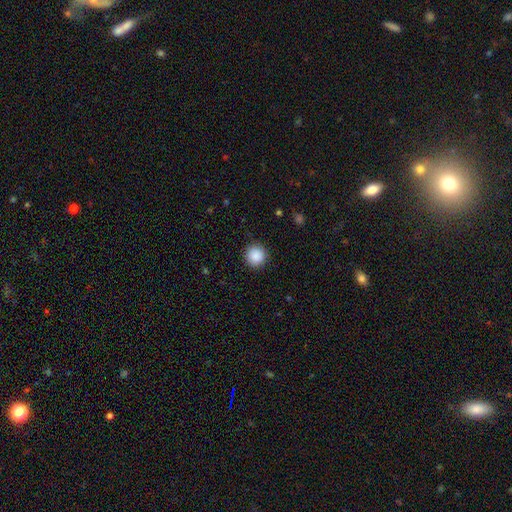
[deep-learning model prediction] Q: Smooth or featured?
A: smooth (89%); runner-up: star or artifact (9%)
Q: How rounded?
A: round (94%); runner-up: in between (5%)
Q: Merging?
A: none (91%); runner-up: minor disturbance (6%)